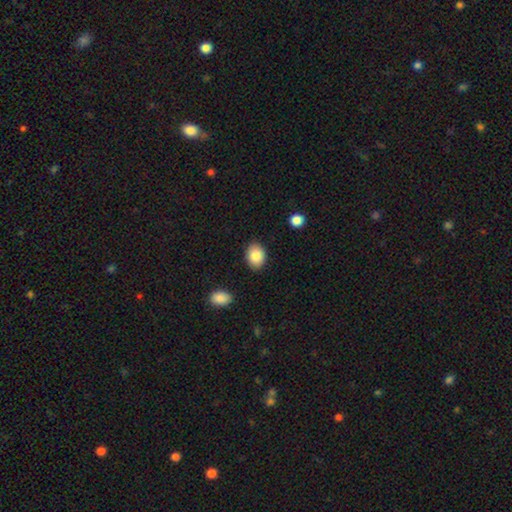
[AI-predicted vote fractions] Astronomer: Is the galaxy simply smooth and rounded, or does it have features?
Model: smooth — 86%.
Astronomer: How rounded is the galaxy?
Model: in between — 69%.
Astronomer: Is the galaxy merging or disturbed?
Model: none — 87%.